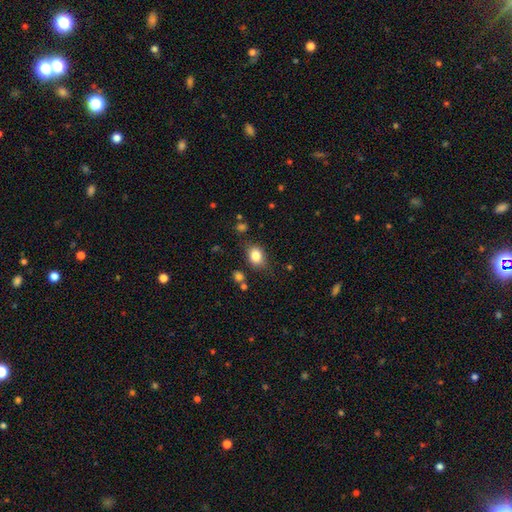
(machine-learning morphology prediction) Q: Smooth or featured?
A: smooth (82%); runner-up: star or artifact (10%)
Q: How rounded?
A: in between (61%); runner-up: round (38%)
Q: Merging?
A: none (77%); runner-up: minor disturbance (16%)